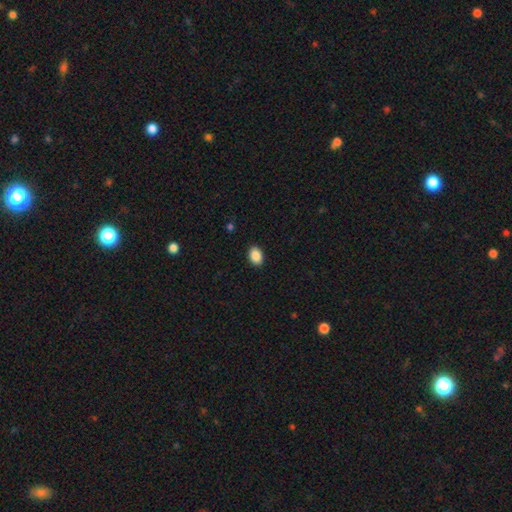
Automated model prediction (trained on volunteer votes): Smooth or featured? smooth (89%)
How rounded? in between (80%)
Merging? none (90%)